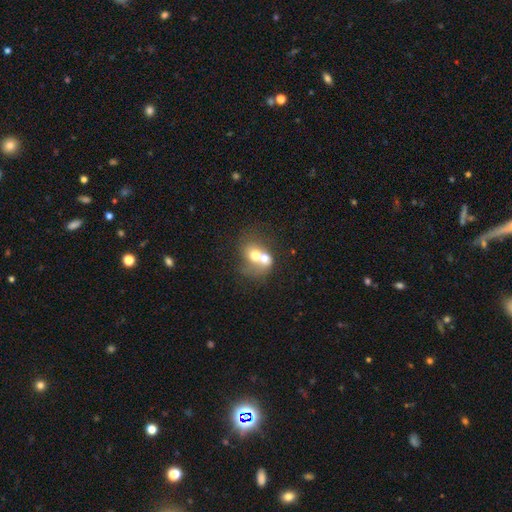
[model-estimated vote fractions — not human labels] Smooth or featured? smooth (58%)
How rounded? round (55%)
Merging? merger (73%)